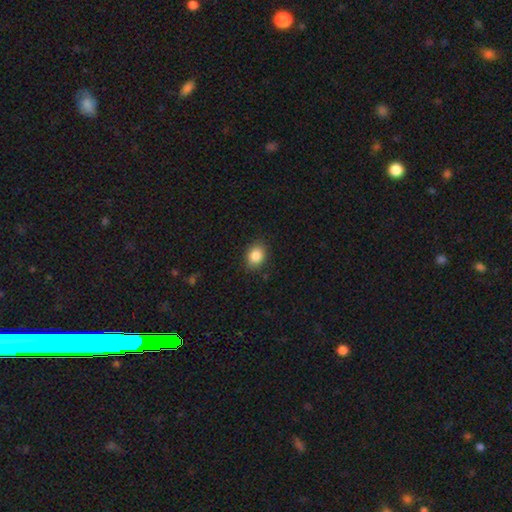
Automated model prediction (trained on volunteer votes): smooth 86%, star or artifact 9%, featured or disk 5%. Down the decision tree: how rounded — in between (55%); merging — none (86%).